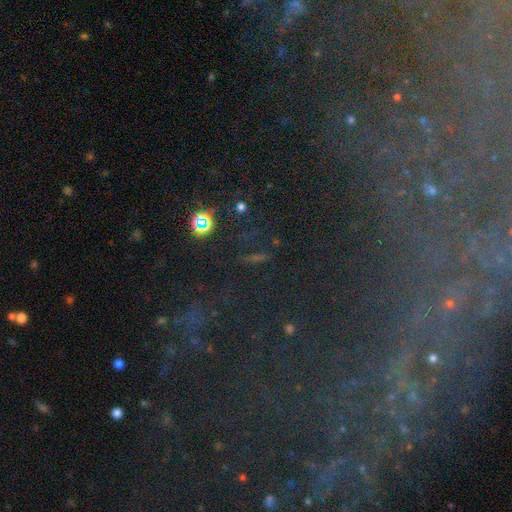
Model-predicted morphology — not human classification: star or artifact 62%, smooth 24%, featured or disk 13%.